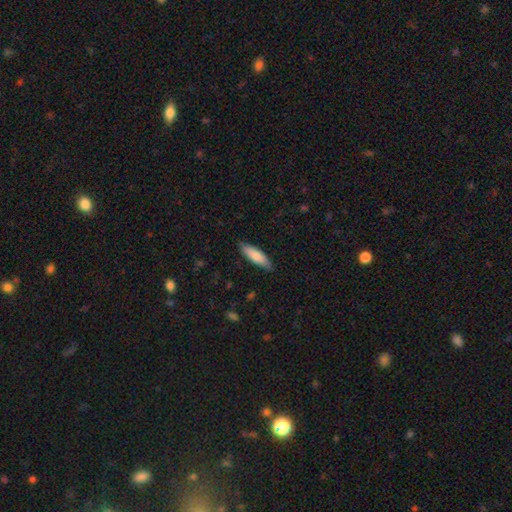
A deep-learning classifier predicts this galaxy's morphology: Smooth or featured? smooth (81%)
How rounded? cigar-shaped (56%)
Merging? none (83%)